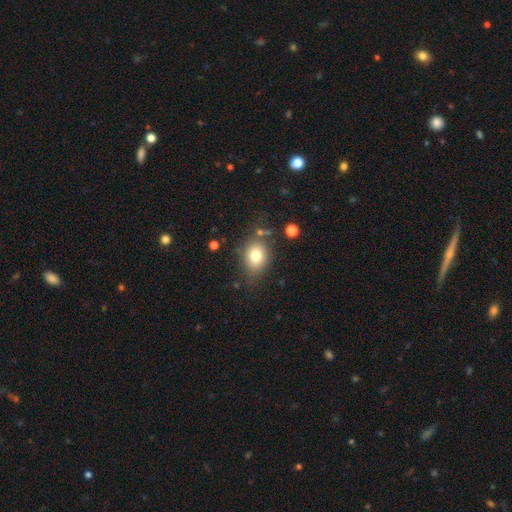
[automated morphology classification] Overall: smooth (77%). How rounded: in between (53%; round 46%). Merging: none (72%).